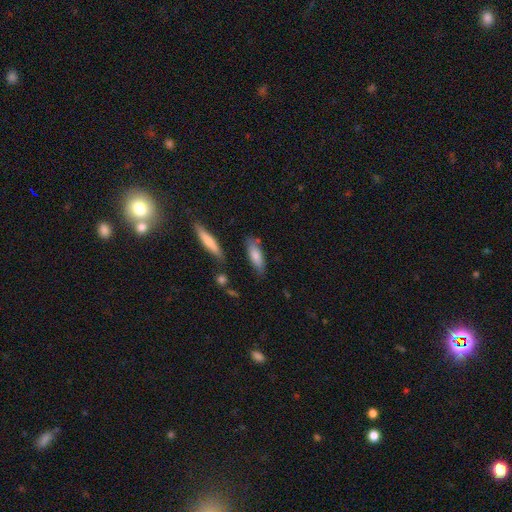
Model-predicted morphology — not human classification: Overall: smooth (76%). How rounded: in between (52%; cigar-shaped 47%). Merging: none (72%).